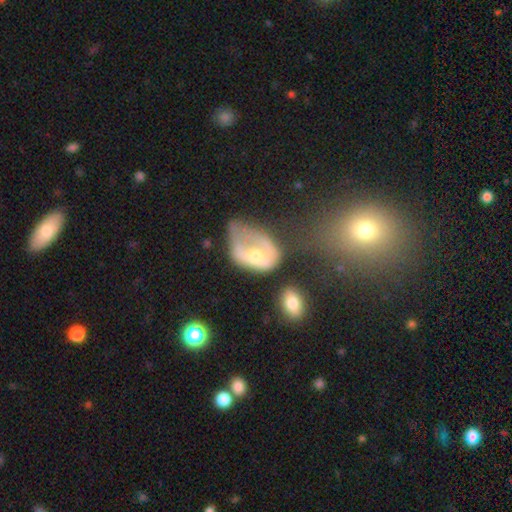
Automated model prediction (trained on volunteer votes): This appears to be a featured or disk galaxy (49%). Merging: major disturbance (50%).